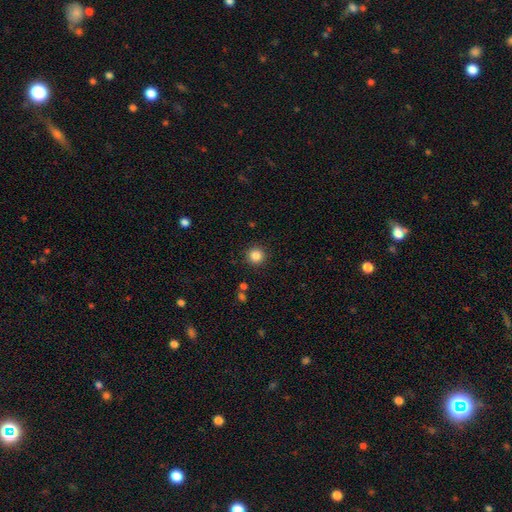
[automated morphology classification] smooth 86%, star or artifact 11%, featured or disk 4%. Down the decision tree: how rounded — round (95%); merging — none (90%).